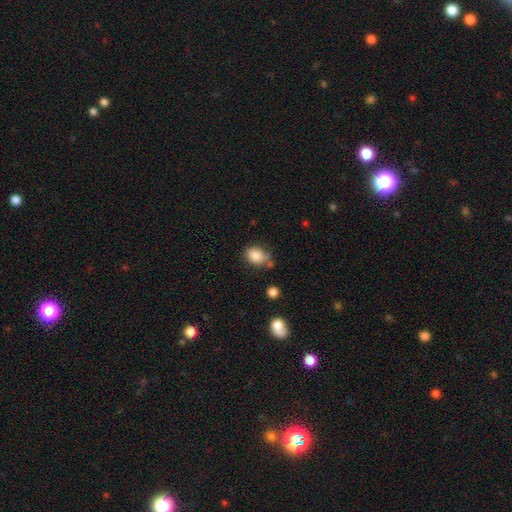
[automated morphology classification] smooth 84%, star or artifact 9%, featured or disk 6%. Down the decision tree: how rounded — in between (51%); merging — none (59%).